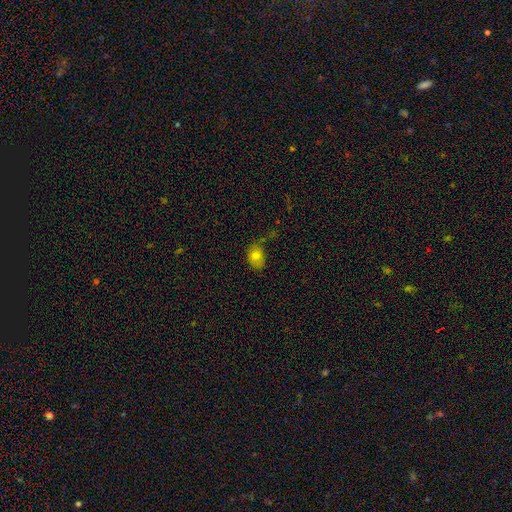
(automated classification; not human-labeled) This is likely a smooth galaxy (76%). How rounded: likely in between (69%). Merging: marginally none (43%).